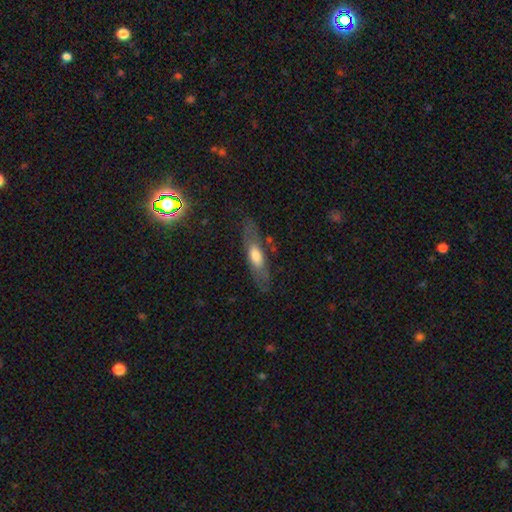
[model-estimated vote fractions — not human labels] Morphology: type=smooth (50%); roundness=cigar-shaped (51%); merging=none (73%).